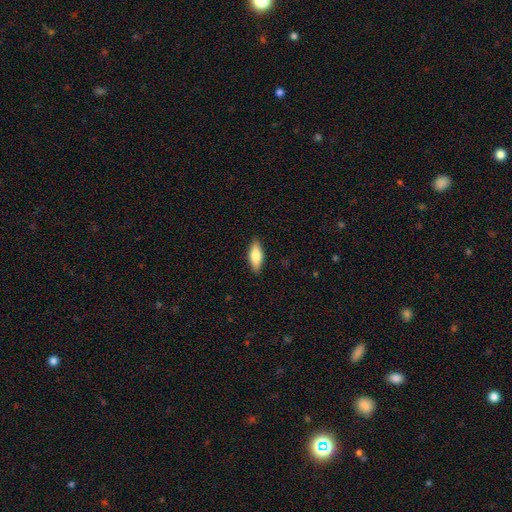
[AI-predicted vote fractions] Morphology: type=smooth (71%); roundness=in between (67%); merging=none (88%).